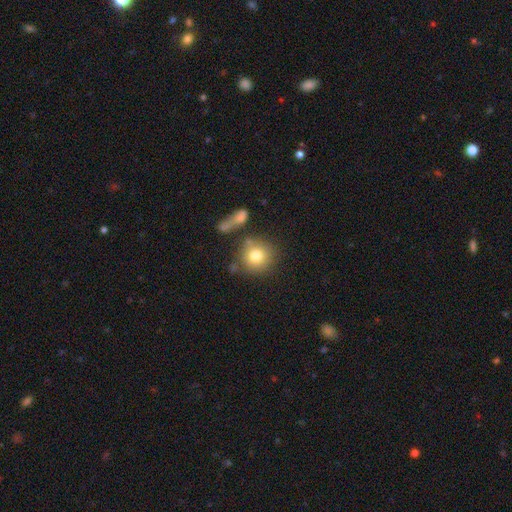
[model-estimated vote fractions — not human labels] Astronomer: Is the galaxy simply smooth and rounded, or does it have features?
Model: smooth — 78%.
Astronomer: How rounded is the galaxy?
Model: round — 90%.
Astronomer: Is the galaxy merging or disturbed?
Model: none — 69%.